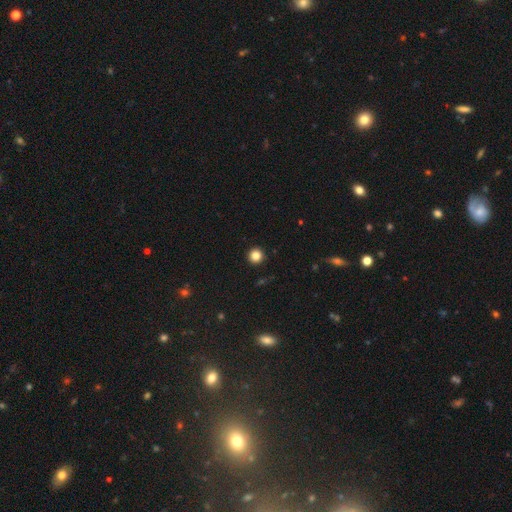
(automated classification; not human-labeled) smooth 84%, star or artifact 12%, featured or disk 4%. Down the decision tree: how rounded — round (96%); merging — none (93%).